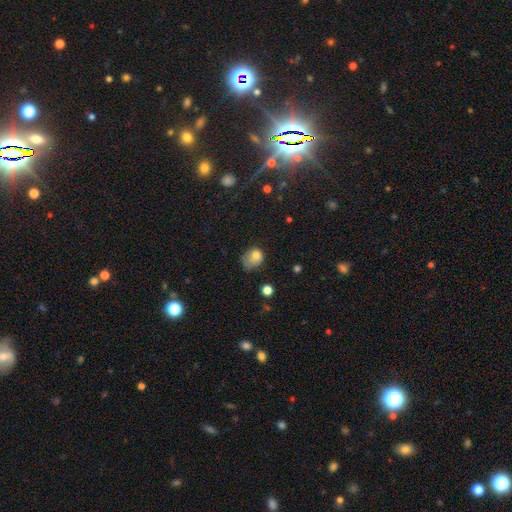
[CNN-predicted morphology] Overall: smooth (76%). How rounded: round (52%; in between 47%). Merging: minor disturbance (37%; major disturbance 31%).